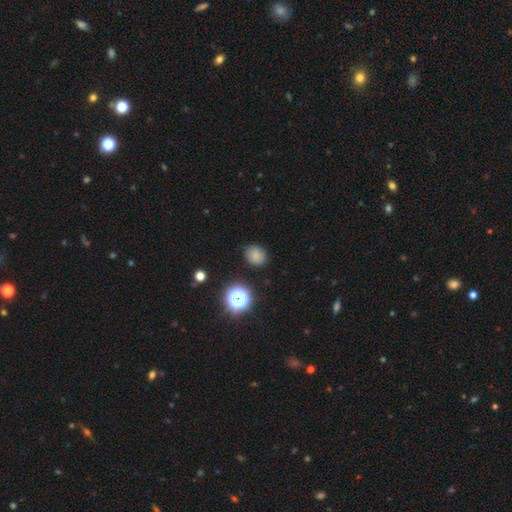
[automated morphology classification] smooth_or_featured: smooth (p=0.77) [alt: star or artifact p=0.16]
how_rounded: round (p=0.74) [alt: in between p=0.25]
merging: none (p=0.83) [alt: minor disturbance p=0.12]